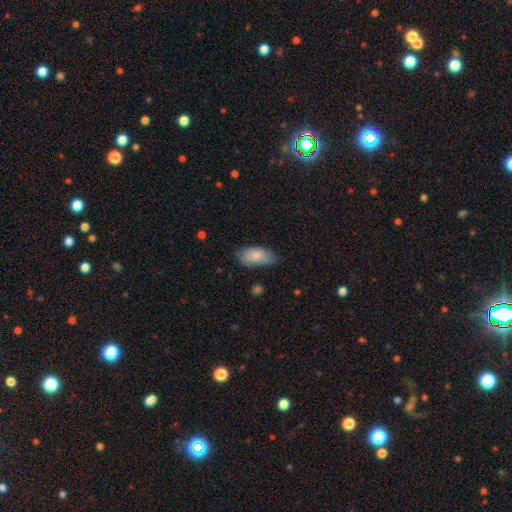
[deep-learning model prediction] The model was most divided on "merging": none: 68%, minor disturbance: 26%, major disturbance: 5%, merger: 2%. More confident: how rounded — in between (93%); smooth or featured — smooth (82%).